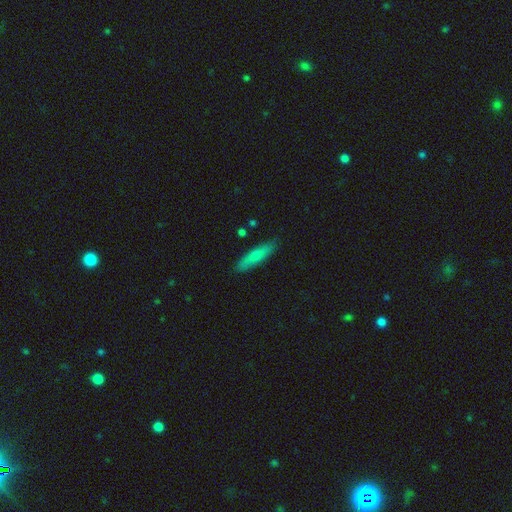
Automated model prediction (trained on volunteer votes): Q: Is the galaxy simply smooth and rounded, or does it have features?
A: smooth — 73%.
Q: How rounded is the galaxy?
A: cigar-shaped — 74%.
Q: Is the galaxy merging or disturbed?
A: none — 86%.